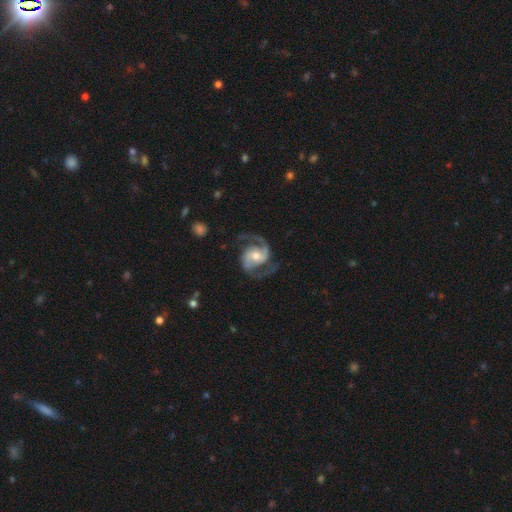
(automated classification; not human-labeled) A featured or disk galaxy (92%) with no bar (49%), 2 (92%) medium (60%) spiral arms (98%) and a moderate central bulge (60%).

Vote fractions:
- Smooth or featured? featured or disk: 92% / smooth: 4% / star or artifact: 4%
- Edge-on disk? no: 98% / yes: 2%
- Bar? no: 49% / weak: 37% / strong: 14%
- Spiral arms? yes: 98% / no: 2%
- Spiral winding? medium: 60% / loose: 24% / tight: 16%
- Spiral arm count? 2: 92% / 3: 2% / can't tell: 2% / 1: 2% / 4: 1% / more than 4: 1%
- Bulge size? moderate: 60% / small: 31% / large: 6% / none: 2% / dominant: 1%
- Merging? none: 74% / minor disturbance: 15% / major disturbance: 10% / merger: 2%